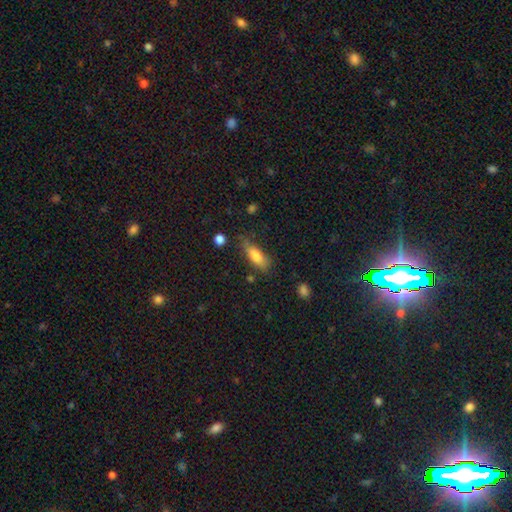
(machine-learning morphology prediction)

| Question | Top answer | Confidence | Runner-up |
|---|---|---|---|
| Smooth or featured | smooth | 79% | featured or disk (14%) |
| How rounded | in between | 65% | cigar-shaped (32%) |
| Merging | none | 60% | minor disturbance (27%) |